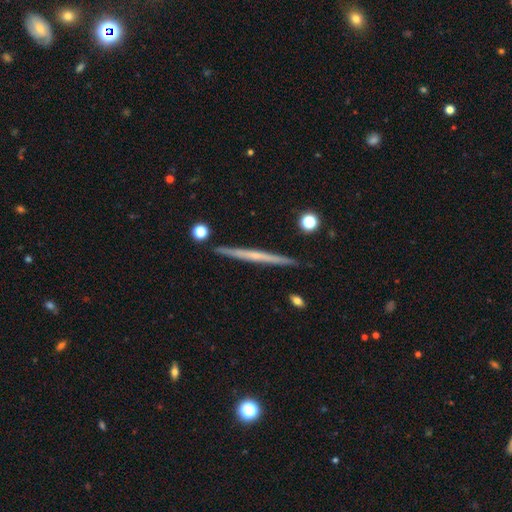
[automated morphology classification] This appears to be a featured or disk galaxy (60%) viewed edge-on (98%) with no central bulge (80%). Merging: none (91%).